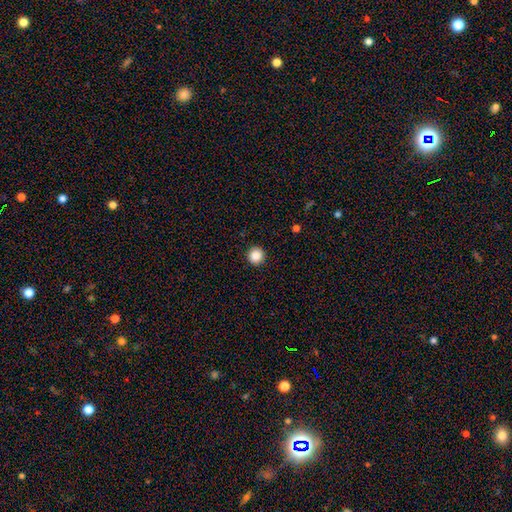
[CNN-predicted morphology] Q: Smooth or featured?
A: smooth (87%); runner-up: star or artifact (10%)
Q: How rounded?
A: round (96%); runner-up: in between (3%)
Q: Merging?
A: none (93%); runner-up: minor disturbance (4%)